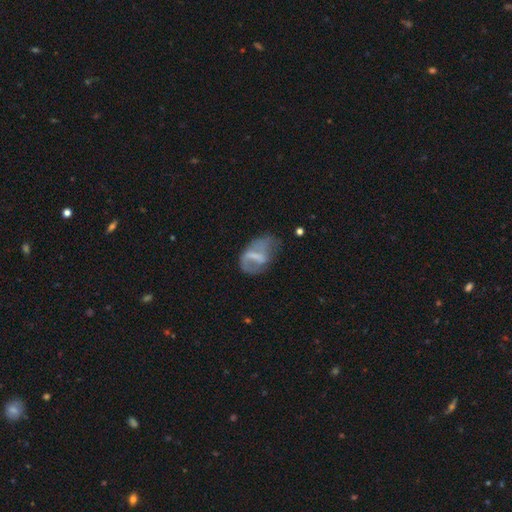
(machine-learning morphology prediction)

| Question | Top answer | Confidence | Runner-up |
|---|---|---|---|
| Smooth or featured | featured or disk | 48% | smooth (42%) |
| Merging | major disturbance | 37% | none (31%) |